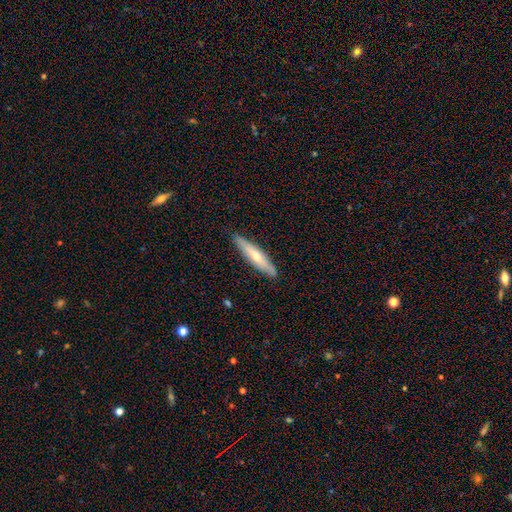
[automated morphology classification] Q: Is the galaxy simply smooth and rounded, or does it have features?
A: featured or disk — 52%.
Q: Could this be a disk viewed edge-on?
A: yes — 89%.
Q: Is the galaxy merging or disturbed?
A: none — 88%.